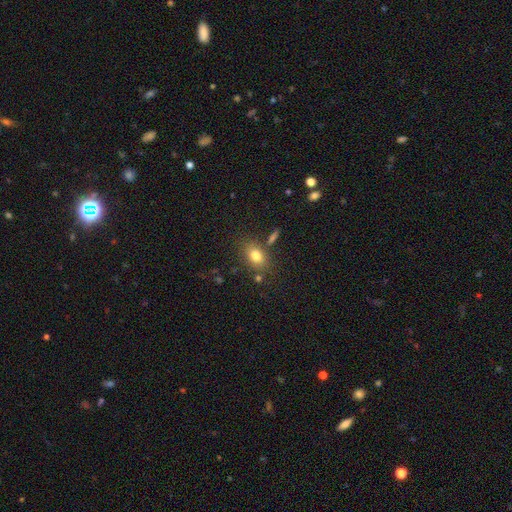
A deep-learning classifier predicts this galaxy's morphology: smooth_or_featured: smooth (p=0.78) [alt: featured or disk p=0.11]
how_rounded: in between (p=0.73) [alt: round p=0.25]
merging: none (p=0.74) [alt: minor disturbance p=0.13]